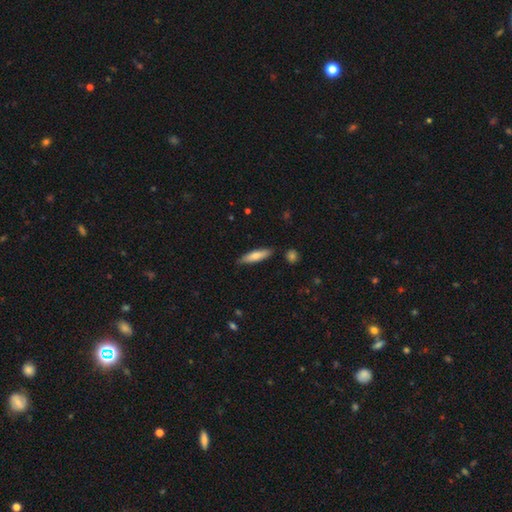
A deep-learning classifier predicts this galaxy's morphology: This appears to be a smooth galaxy with no disk features (69%) that is cigar-shaped (71%). Merging: none (84%).